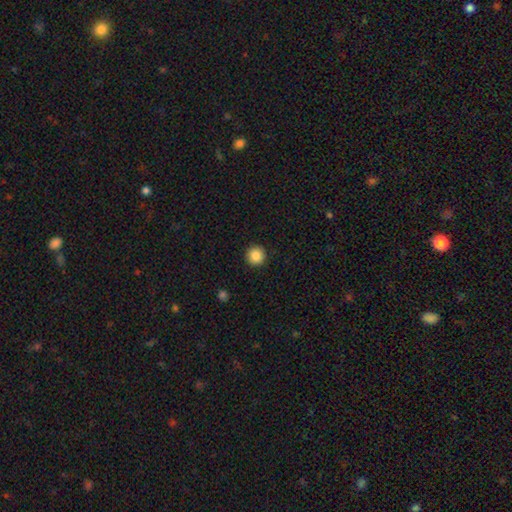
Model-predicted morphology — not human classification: smooth 87%, star or artifact 10%, featured or disk 4%. Down the decision tree: how rounded — round (96%); merging — none (93%).